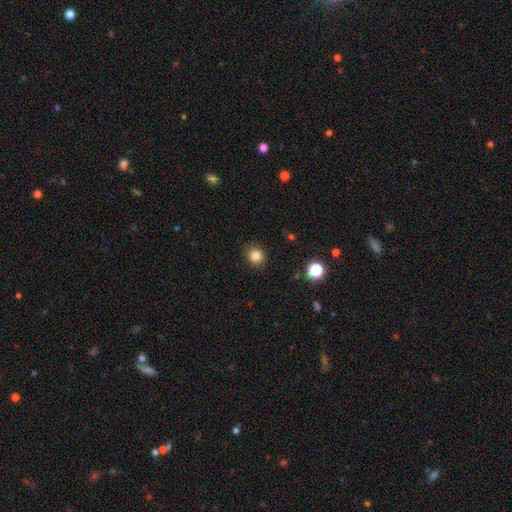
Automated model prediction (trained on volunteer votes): Smooth or featured?
  - smooth: 83% *
  - star or artifact: 12%
  - featured or disk: 5%
How rounded?
  - round: 81% *
  - in between: 18%
  - cigar-shaped: 1%
Merging?
  - none: 89% *
  - minor disturbance: 8%
  - major disturbance: 2%
  - merger: 1%